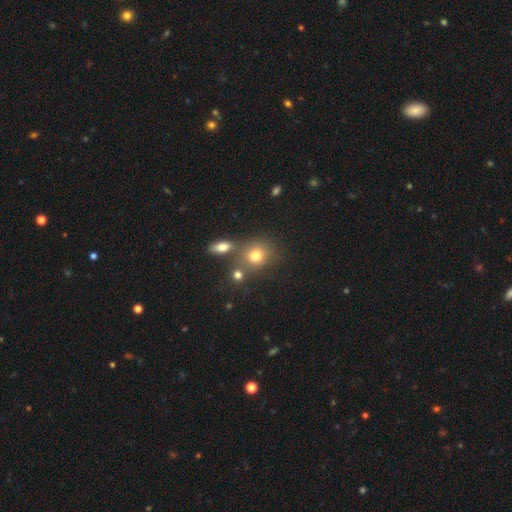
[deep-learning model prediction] Q: Smooth or featured?
A: smooth (76%); runner-up: star or artifact (14%)
Q: How rounded?
A: round (72%); runner-up: in between (27%)
Q: Merging?
A: none (62%); runner-up: merger (22%)